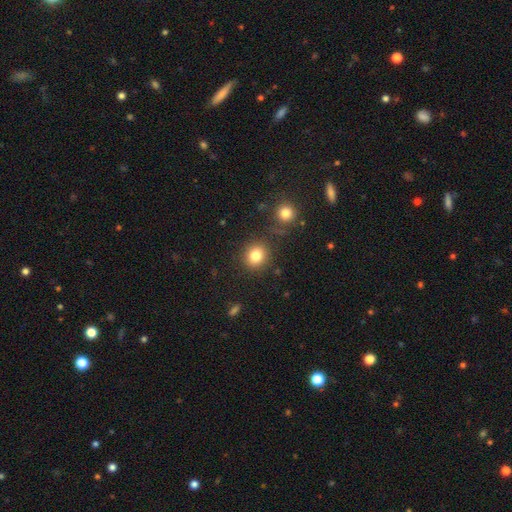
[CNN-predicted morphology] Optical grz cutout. It shows a smooth galaxy with no disk features (82%) that is round (77%). Merging: none (84%).